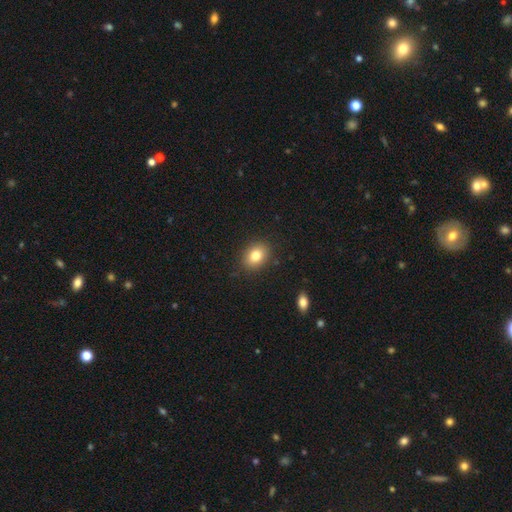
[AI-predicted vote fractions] This is clearly a smooth galaxy (81%). How rounded: likely in between (61%). Merging: clearly none (87%).